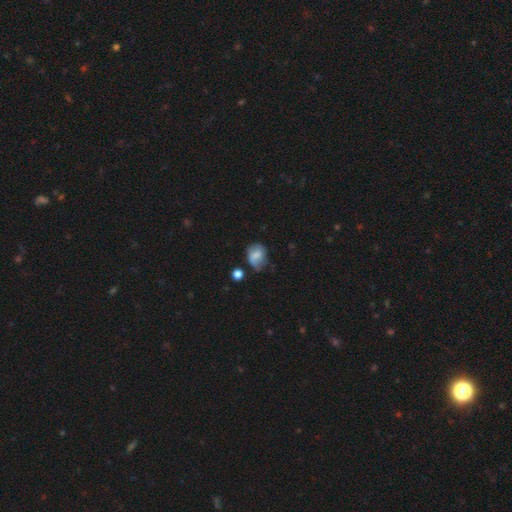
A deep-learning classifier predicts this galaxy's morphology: smooth_or_featured: smooth (p=0.63) [alt: featured or disk p=0.27]
how_rounded: in between (p=0.58) [alt: round p=0.41]
merging: none (p=0.44) [alt: minor disturbance p=0.35]